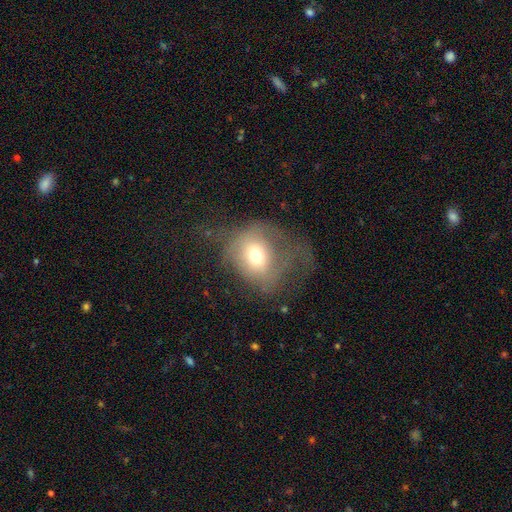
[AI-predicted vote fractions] Smooth or featured? smooth (57%)
How rounded? round (70%)
Merging? major disturbance (46%)